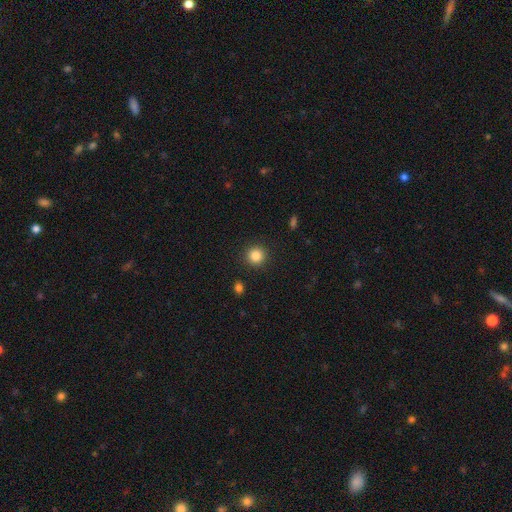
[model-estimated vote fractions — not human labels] Smooth or featured?
  - smooth: 84% *
  - star or artifact: 11%
  - featured or disk: 5%
How rounded?
  - round: 94% *
  - in between: 5%
  - cigar-shaped: 1%
Merging?
  - none: 91% *
  - minor disturbance: 5%
  - major disturbance: 2%
  - merger: 1%